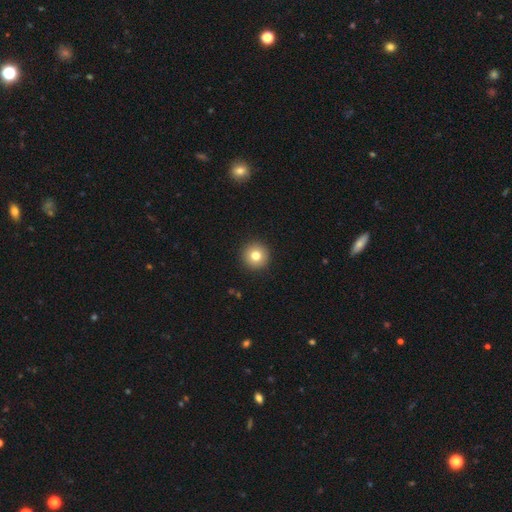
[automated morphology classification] Smooth or featured?
  - smooth: 78% *
  - featured or disk: 11%
  - star or artifact: 11%
How rounded?
  - round: 96% *
  - in between: 3%
  - cigar-shaped: 1%
Merging?
  - none: 93% *
  - minor disturbance: 4%
  - major disturbance: 2%
  - merger: 1%